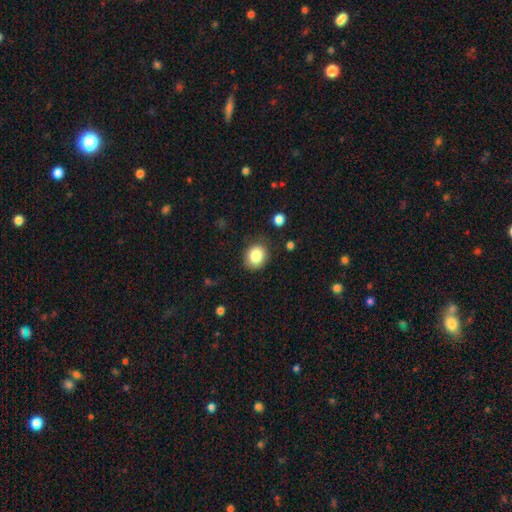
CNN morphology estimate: The model was most divided on "how rounded": round: 68%, in between: 31%, cigar-shaped: 1%. More confident: smooth or featured — smooth (84%); merging — none (82%).